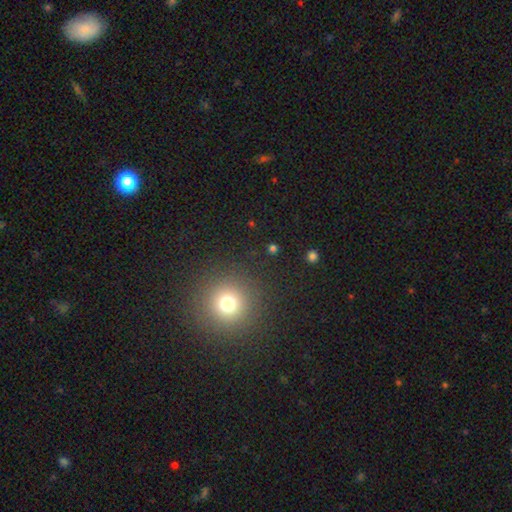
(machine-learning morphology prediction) Smooth or featured? Predicted: smooth (p=0.68). How rounded? Predicted: round (p=0.95). Merging? Predicted: none (p=0.93).